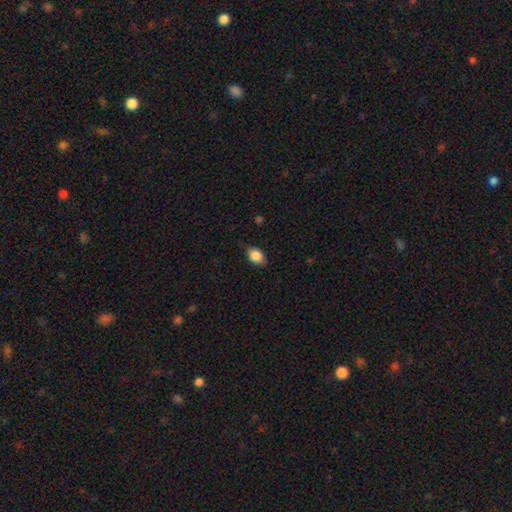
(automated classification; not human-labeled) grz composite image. It shows a smooth galaxy with no disk features (86%) that is in between round and cigar-shaped (82%). Merging: none (79%).